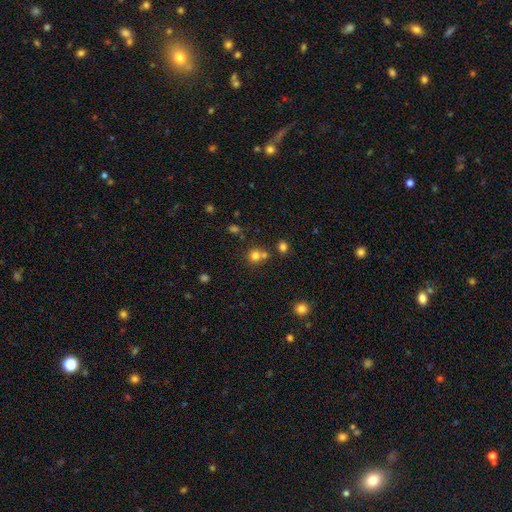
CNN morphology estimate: A smooth galaxy with no disk features (75%) that is round (86%).

Vote fractions:
- Smooth or featured? smooth: 75% / star or artifact: 16% / featured or disk: 9%
- How rounded? round: 86% / in between: 13% / cigar-shaped: 1%
- Merging? none: 56% / merger: 32% / minor disturbance: 8% / major disturbance: 3%